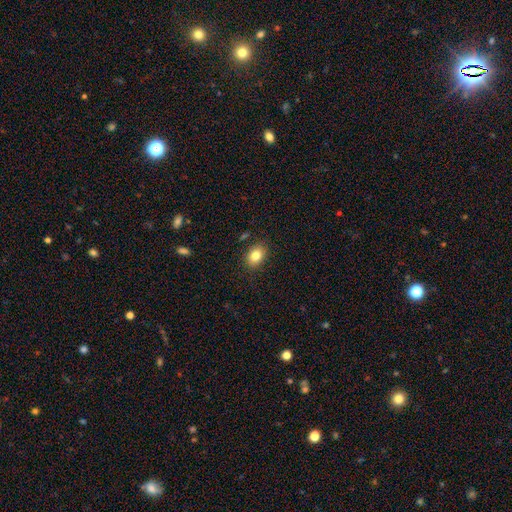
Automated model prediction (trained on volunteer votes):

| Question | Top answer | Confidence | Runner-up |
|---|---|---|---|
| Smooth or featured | smooth | 83% | star or artifact (9%) |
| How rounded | in between | 72% | round (27%) |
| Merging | none | 86% | minor disturbance (10%) |